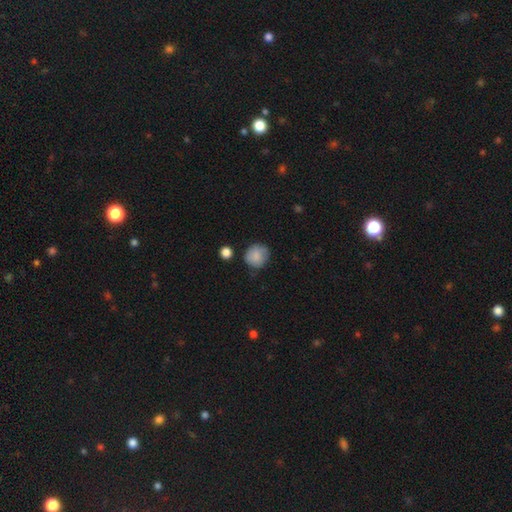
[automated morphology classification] This appears to be a smooth galaxy with no disk features (83%) that is round (83%). Merging: none (72%).